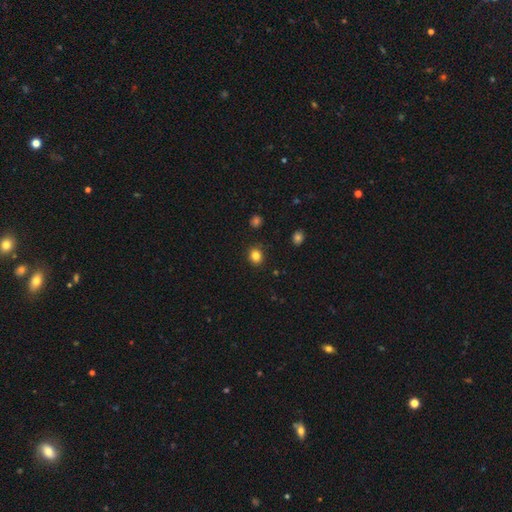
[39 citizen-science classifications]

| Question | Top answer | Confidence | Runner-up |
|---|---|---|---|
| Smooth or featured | smooth | 87% | star or artifact (10%) |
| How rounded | round | 82% | in between (18%) |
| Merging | none | 89% | minor disturbance (11%) |